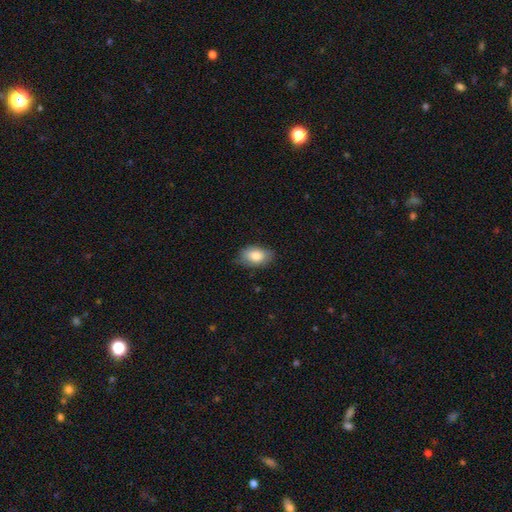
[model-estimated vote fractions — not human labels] smooth-or-featured: smooth: 83% | featured or disk: 10% | star or artifact: 7%
  how-rounded: in between: 89% | round: 10% | cigar-shaped: 1%
  merging: none: 76% | minor disturbance: 19% | major disturbance: 3% | merger: 1%